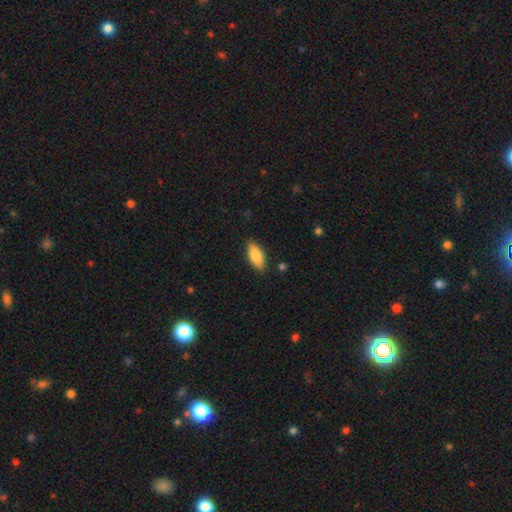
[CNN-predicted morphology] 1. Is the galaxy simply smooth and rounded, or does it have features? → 84% smooth, 9% featured or disk, 6% star or artifact.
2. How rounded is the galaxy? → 84% in between, 14% cigar-shaped, 2% round.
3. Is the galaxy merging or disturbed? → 85% none, 12% minor disturbance, 2% major disturbance, 1% merger.